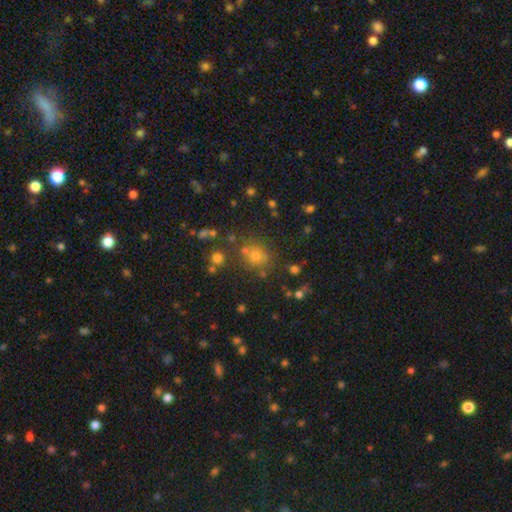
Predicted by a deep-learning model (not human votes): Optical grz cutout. It shows a smooth galaxy with no disk features (63%) that is round (81%). Merging: none (72%).